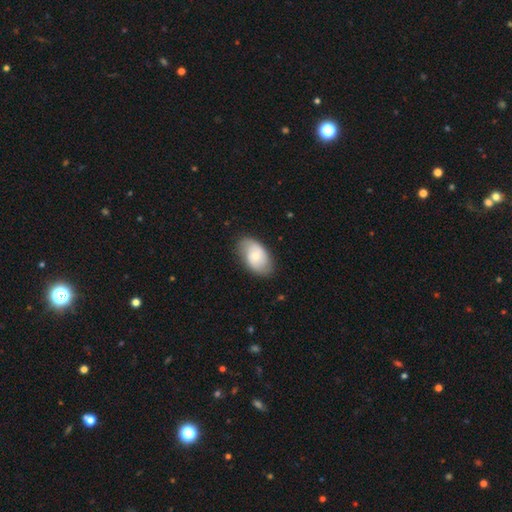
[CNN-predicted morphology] This appears to be a smooth galaxy with no disk features (49%). Merging: none (77%).